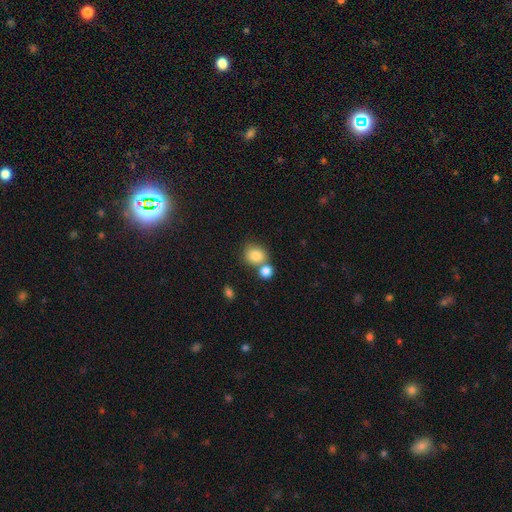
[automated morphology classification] Smooth or featured?
  - smooth: 83% *
  - star or artifact: 9%
  - featured or disk: 8%
How rounded?
  - round: 72% *
  - in between: 27%
  - cigar-shaped: 1%
Merging?
  - none: 51% *
  - merger: 36%
  - minor disturbance: 10%
  - major disturbance: 4%